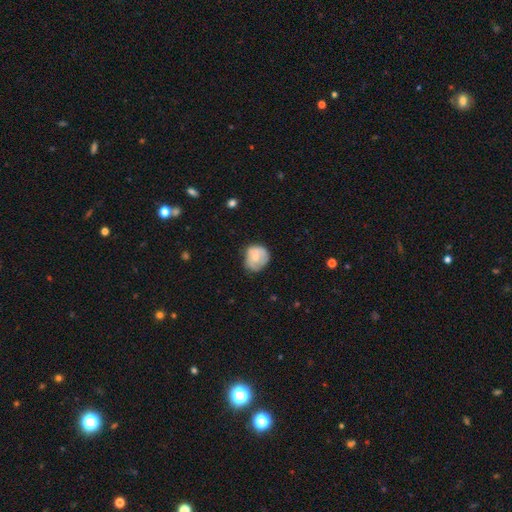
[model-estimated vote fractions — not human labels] A smooth galaxy with no disk features (64%) that is round (68%).

Vote fractions:
- Smooth or featured? smooth: 64% / featured or disk: 28% / star or artifact: 7%
- How rounded? round: 68% / in between: 31% / cigar-shaped: 1%
- Merging? none: 55% / minor disturbance: 33% / major disturbance: 10% / merger: 2%